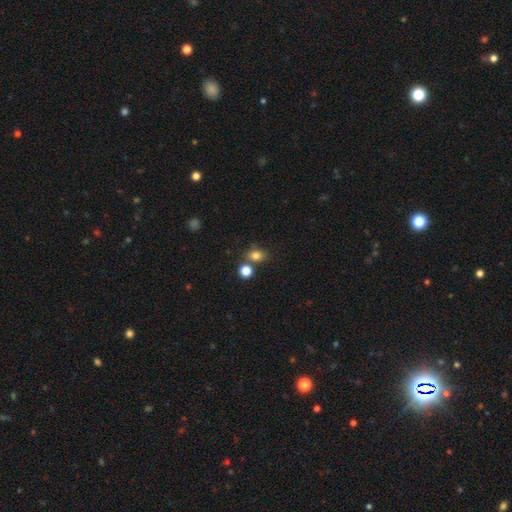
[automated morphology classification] Overall: smooth (79%). How rounded: round (54%; in between 45%). Merging: none (64%).